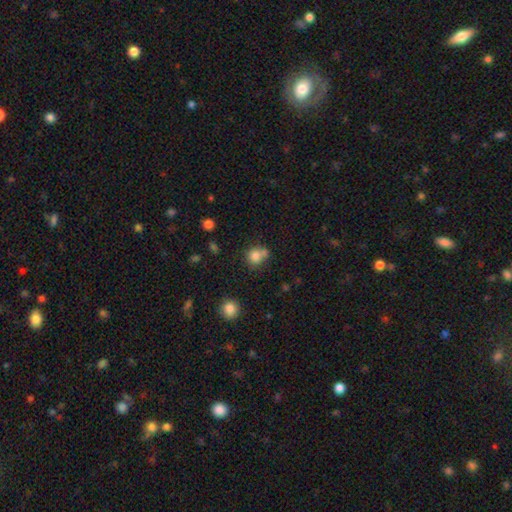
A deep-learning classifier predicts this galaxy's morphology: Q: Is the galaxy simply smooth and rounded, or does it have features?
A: smooth — 79%.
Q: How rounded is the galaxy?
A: round — 82%.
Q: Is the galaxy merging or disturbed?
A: none — 51%.